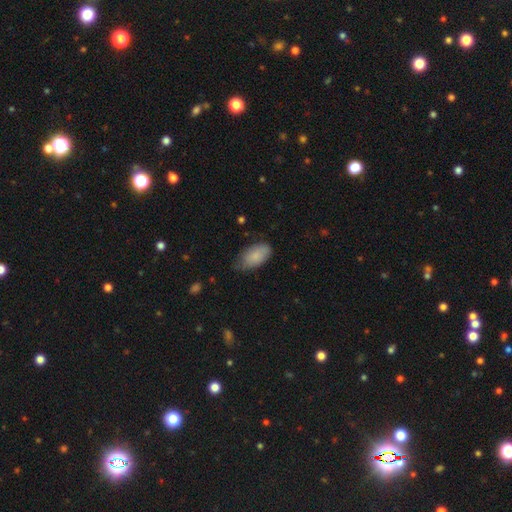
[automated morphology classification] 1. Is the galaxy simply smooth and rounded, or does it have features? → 85% smooth, 9% featured or disk, 6% star or artifact.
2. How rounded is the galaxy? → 94% in between, 3% cigar-shaped, 3% round.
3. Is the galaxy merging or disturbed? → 62% none, 31% minor disturbance, 6% major disturbance, 1% merger.